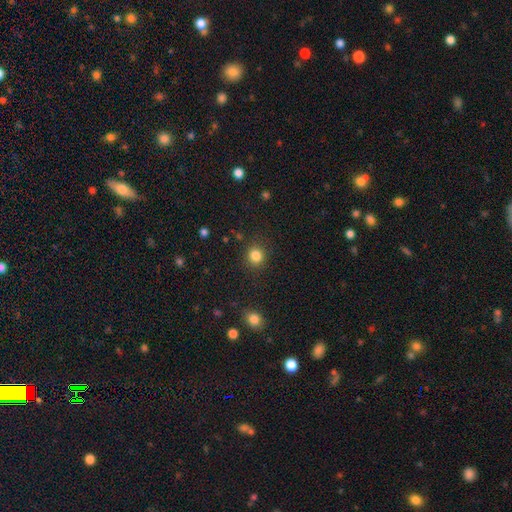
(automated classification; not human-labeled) A smooth galaxy with no disk features (84%) that is round (84%).

Vote fractions:
- Smooth or featured? smooth: 84% / star or artifact: 12% / featured or disk: 4%
- How rounded? round: 84% / in between: 15% / cigar-shaped: 1%
- Merging? none: 87% / minor disturbance: 8% / major disturbance: 3% / merger: 2%